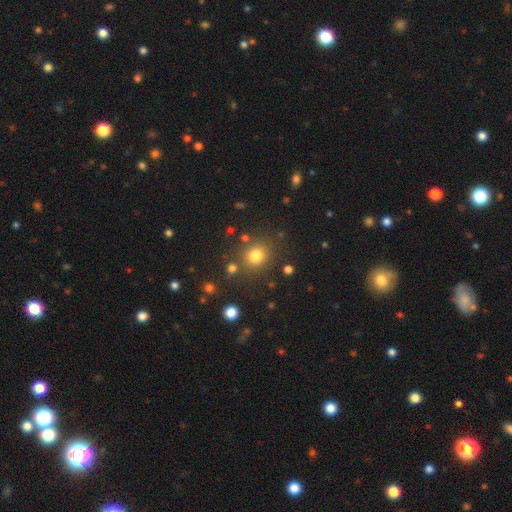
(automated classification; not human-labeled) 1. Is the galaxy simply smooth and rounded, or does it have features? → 78% smooth, 15% star or artifact, 6% featured or disk.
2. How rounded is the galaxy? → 82% round, 17% in between, 1% cigar-shaped.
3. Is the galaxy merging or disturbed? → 81% none, 9% minor disturbance, 6% merger, 4% major disturbance.